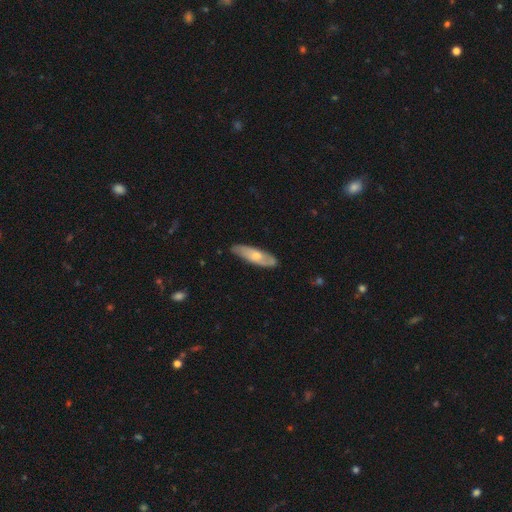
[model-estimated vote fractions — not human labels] featured or disk 50%, smooth 44%, star or artifact 6%. Down the decision tree: edge-on disk — no (61%); merging — none (82%).